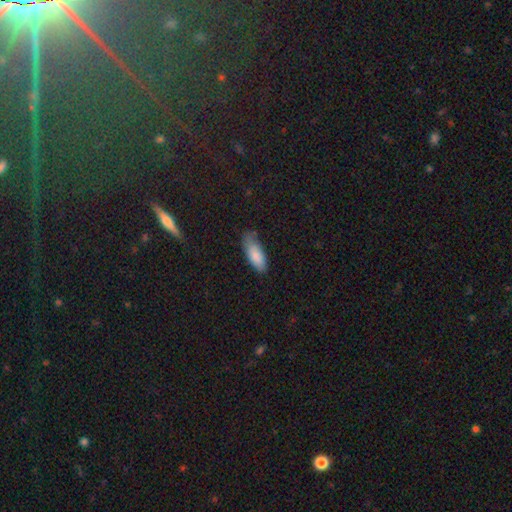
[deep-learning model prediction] Smooth or featured: smooth — 85% (featured or disk — 9%)
How rounded: in between — 77% (cigar-shaped — 21%)
Merging: none — 56% (minor disturbance — 34%)